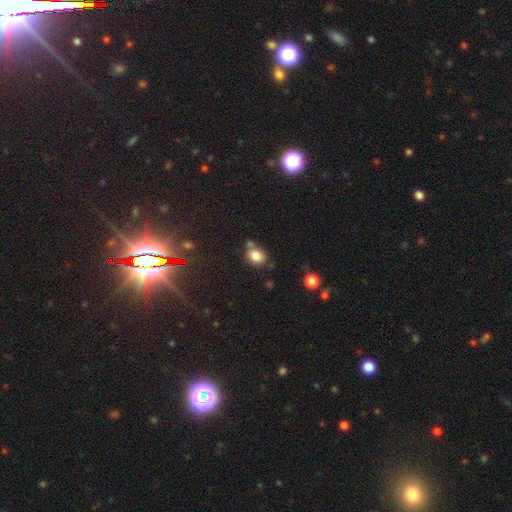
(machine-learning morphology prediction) smooth-or-featured: smooth: 81% | star or artifact: 11% | featured or disk: 8%
  how-rounded: round: 53% | in between: 46% | cigar-shaped: 1%
  merging: none: 58% | merger: 21% | minor disturbance: 16% | major disturbance: 5%